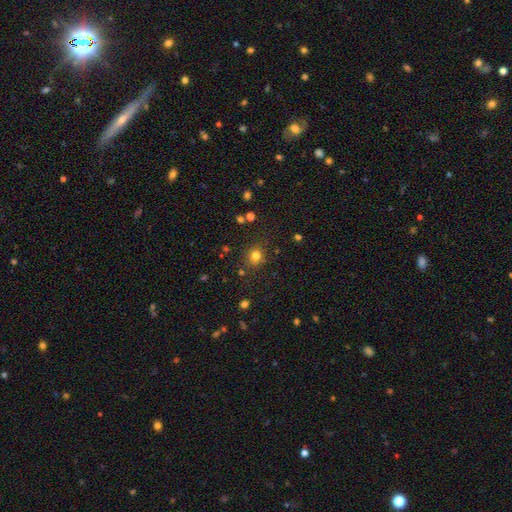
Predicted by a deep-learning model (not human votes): Smooth or featured? Predicted: smooth (p=0.77). How rounded? Predicted: round (p=0.81). Merging? Predicted: none (p=0.81).